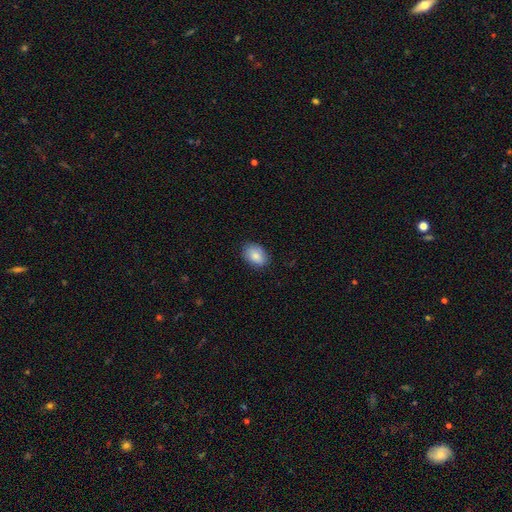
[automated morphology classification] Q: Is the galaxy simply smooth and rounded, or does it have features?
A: smooth — 84%.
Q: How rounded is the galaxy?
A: in between — 81%.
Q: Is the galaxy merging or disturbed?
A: none — 83%.